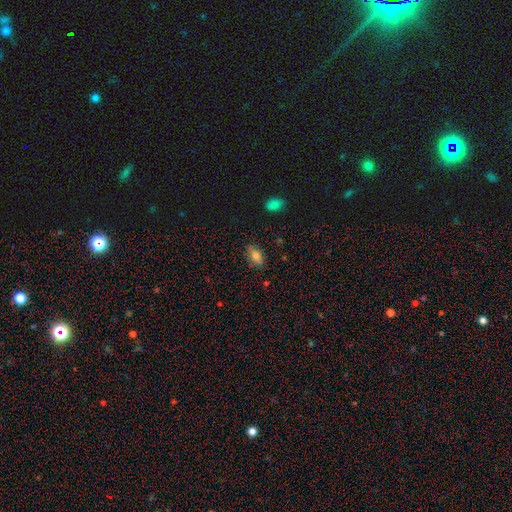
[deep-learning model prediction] Overall: smooth (79%). How rounded: in between (88%). Merging: none (80%).